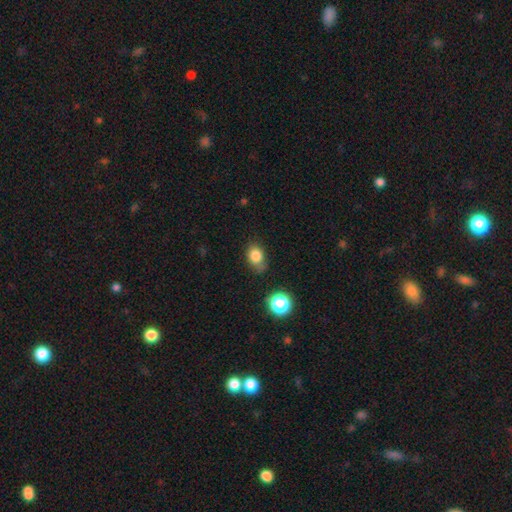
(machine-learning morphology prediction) This appears to be a smooth galaxy with no disk features (81%) that is in between round and cigar-shaped (61%). Merging: none (59%).